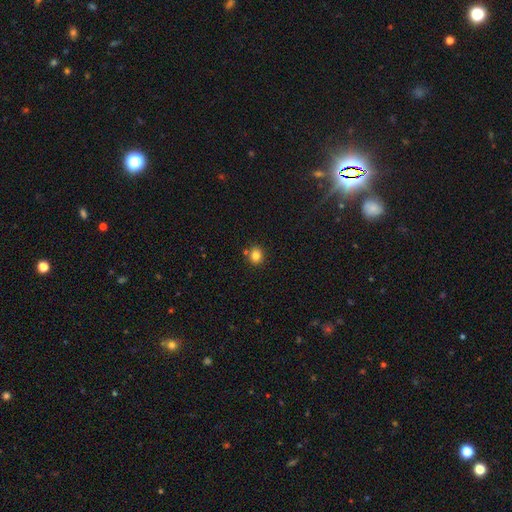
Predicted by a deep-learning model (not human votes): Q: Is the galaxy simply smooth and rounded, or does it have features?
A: smooth — 82%.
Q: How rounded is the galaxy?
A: round — 76%.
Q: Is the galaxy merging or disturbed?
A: none — 77%.